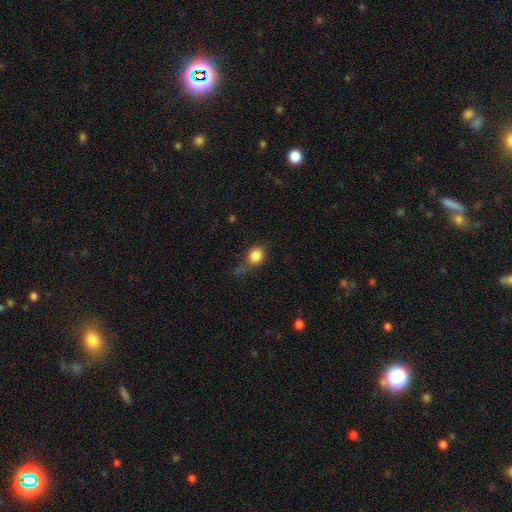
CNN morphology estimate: A smooth galaxy with no disk features (84%) that is round (70%). Merging: none (46%).